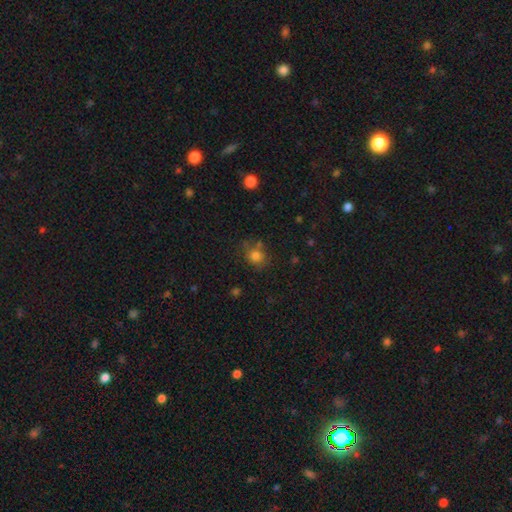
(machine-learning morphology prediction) Smooth or featured? Predicted: smooth (p=0.79). How rounded? Predicted: round (p=0.72). Merging? Predicted: none (p=0.64).